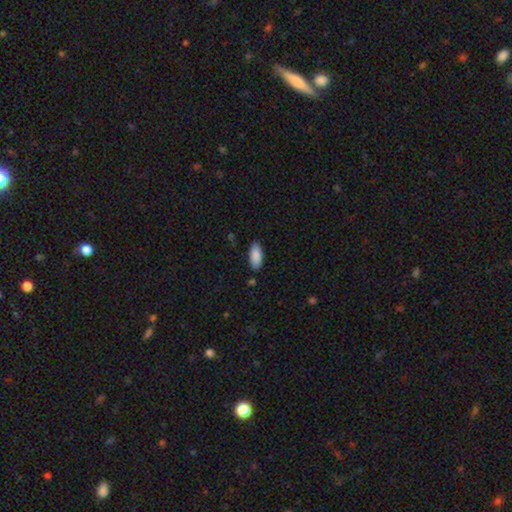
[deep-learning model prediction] The model was most divided on "how rounded": in between: 86%, cigar-shaped: 13%, round: 2%. More confident: smooth or featured — smooth (89%); merging — none (87%).